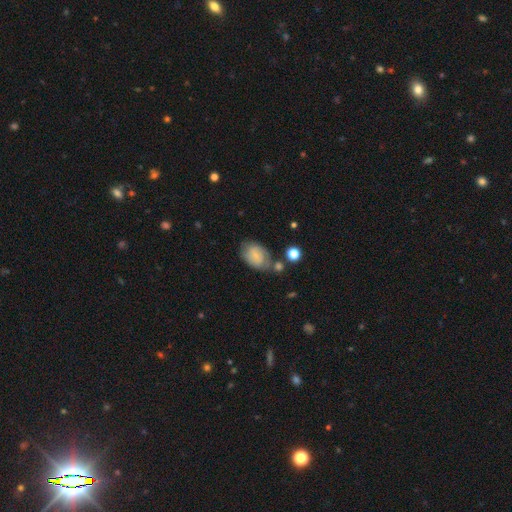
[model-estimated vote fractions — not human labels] Overall: smooth (57%; featured or disk 35%). How rounded: in between (83%). Merging: none (57%; minor disturbance 23%).